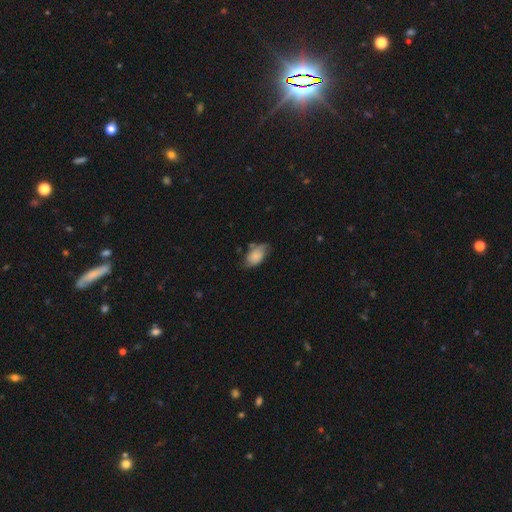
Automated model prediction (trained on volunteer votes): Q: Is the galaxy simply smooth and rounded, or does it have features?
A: smooth — 72%.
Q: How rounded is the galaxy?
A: in between — 90%.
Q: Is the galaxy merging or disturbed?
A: none — 50%.